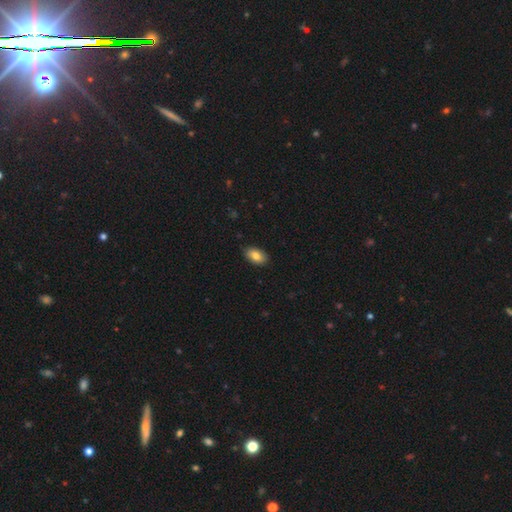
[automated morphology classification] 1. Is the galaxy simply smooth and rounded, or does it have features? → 84% smooth, 9% featured or disk, 7% star or artifact.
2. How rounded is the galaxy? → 92% in between, 6% round, 2% cigar-shaped.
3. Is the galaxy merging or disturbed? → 88% none, 9% minor disturbance, 2% major disturbance, 1% merger.